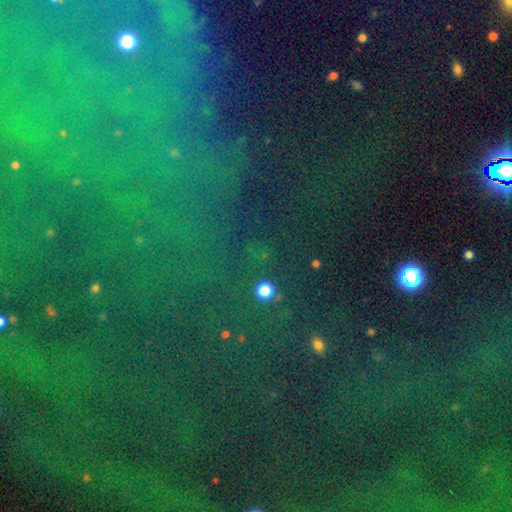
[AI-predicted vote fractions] Q: Smooth or featured?
A: star or artifact (75%); runner-up: smooth (14%)